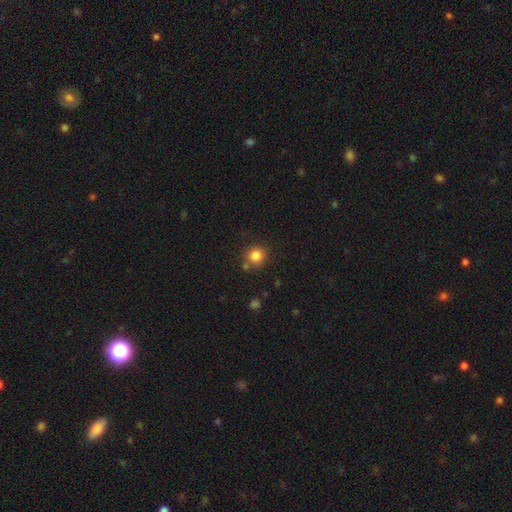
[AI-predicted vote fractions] This is clearly a smooth galaxy (83%). How rounded: clearly round (89%). Merging: likely none (75%).